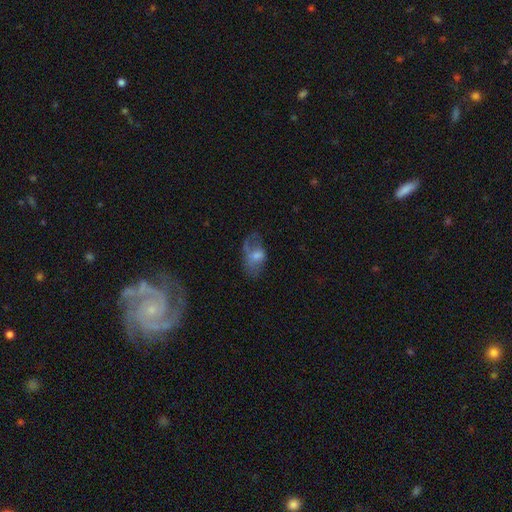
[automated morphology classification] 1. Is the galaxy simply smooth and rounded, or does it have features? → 54% smooth, 37% featured or disk, 9% star or artifact.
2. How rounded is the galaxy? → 88% in between, 9% round, 2% cigar-shaped.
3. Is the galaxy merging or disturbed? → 37% none, 34% major disturbance, 26% minor disturbance, 3% merger.